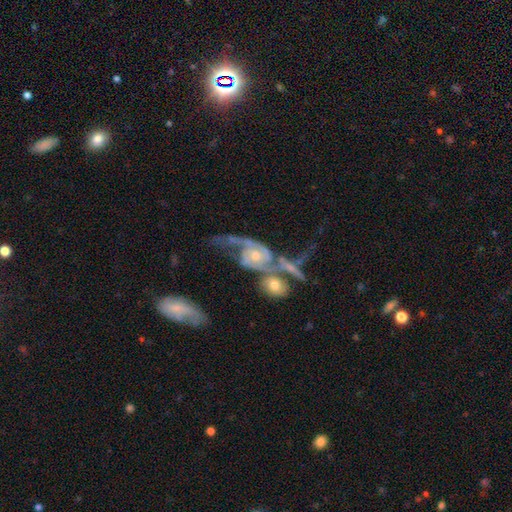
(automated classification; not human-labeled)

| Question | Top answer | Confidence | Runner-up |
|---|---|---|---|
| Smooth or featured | featured or disk | 88% | star or artifact (6%) |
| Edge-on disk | no | 94% | yes (6%) |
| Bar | no | 65% | weak (26%) |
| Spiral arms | yes | 96% | no (4%) |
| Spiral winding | medium | 42% | loose (37%) |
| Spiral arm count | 2 | 82% | can't tell (6%) |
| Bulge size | small | 50% | moderate (43%) |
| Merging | merger | 36% | none (30%) |